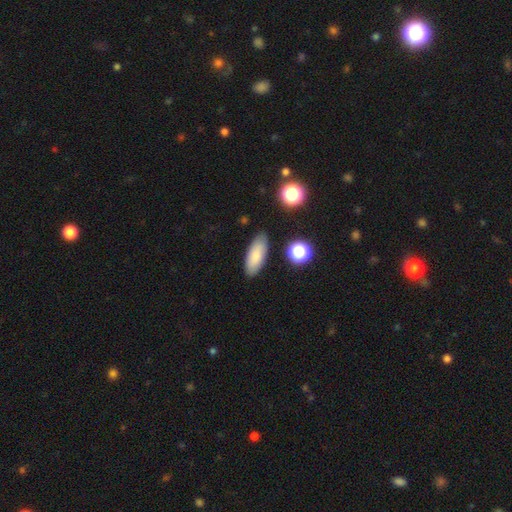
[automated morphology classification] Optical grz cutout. It shows a smooth galaxy with no disk features (82%) that is in between round and cigar-shaped (78%). Merging: none (84%).